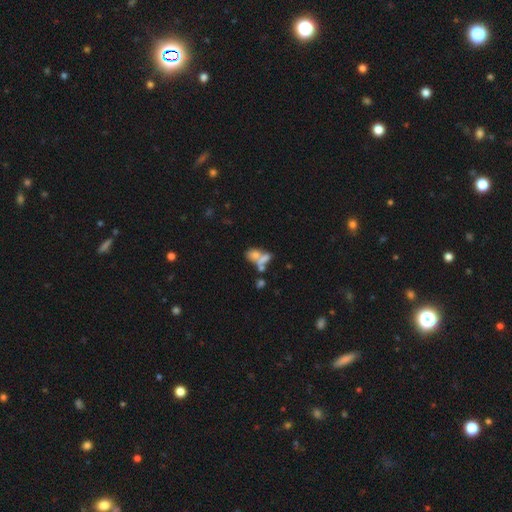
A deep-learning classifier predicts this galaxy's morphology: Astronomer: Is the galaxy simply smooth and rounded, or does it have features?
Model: smooth — 60%.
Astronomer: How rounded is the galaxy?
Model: in between — 69%.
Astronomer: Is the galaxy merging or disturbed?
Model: merger — 59%.